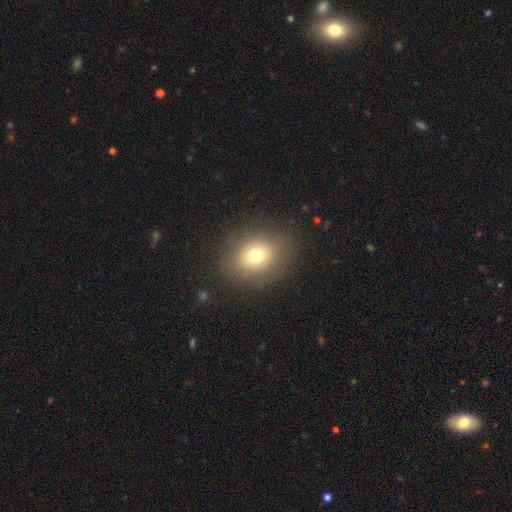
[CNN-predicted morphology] Smooth or featured? smooth (72%)
How rounded? round (57%)
Merging? none (83%)